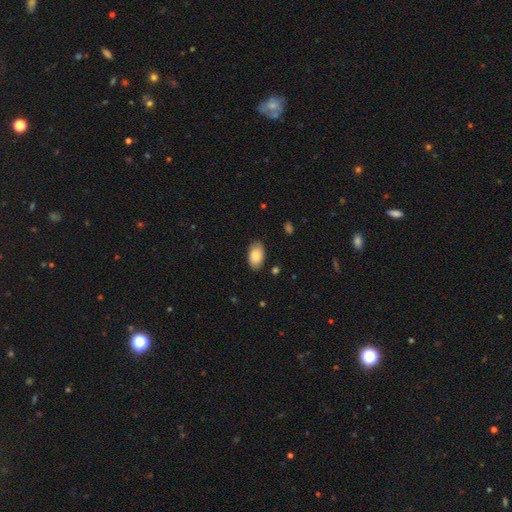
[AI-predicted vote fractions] The model was most divided on "merging": none: 86%, minor disturbance: 11%, major disturbance: 2%, merger: 1%. More confident: how rounded — in between (93%); smooth or featured — smooth (87%).